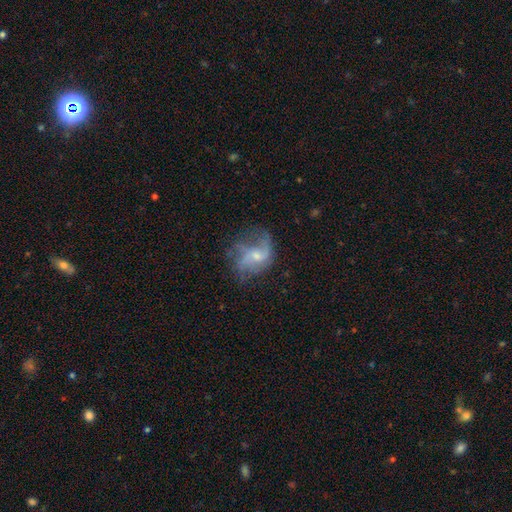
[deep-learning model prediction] A featured or disk galaxy (74%) with no bar (51%), 2 (50%) loose (63%) spiral arms (88%) and a small central bulge (56%).

Vote fractions:
- Smooth or featured? featured or disk: 74% / smooth: 17% / star or artifact: 9%
- Edge-on disk? no: 97% / yes: 3%
- Bar? no: 51% / weak: 41% / strong: 8%
- Spiral arms? yes: 88% / no: 12%
- Spiral winding? loose: 63% / medium: 29% / tight: 8%
- Spiral arm count? 2: 50% / 3: 17% / can't tell: 16% / 1: 8% / 4: 5% / more than 4: 4%
- Bulge size? small: 56% / moderate: 33% / none: 8% / large: 2% / dominant: 1%
- Merging? none: 53% / minor disturbance: 23% / major disturbance: 22% / merger: 2%